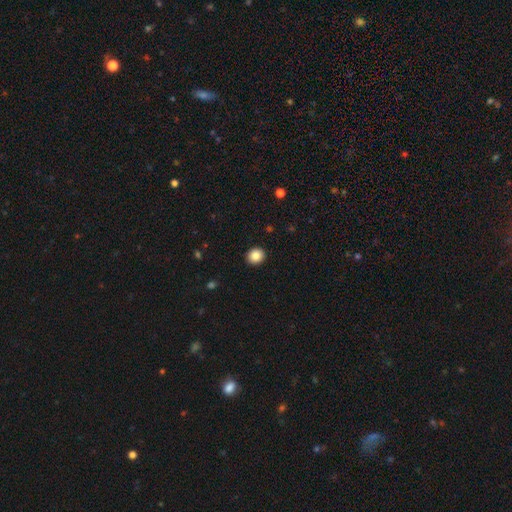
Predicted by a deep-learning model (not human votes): Smooth or featured? smooth (86%)
How rounded? round (82%)
Merging? none (93%)